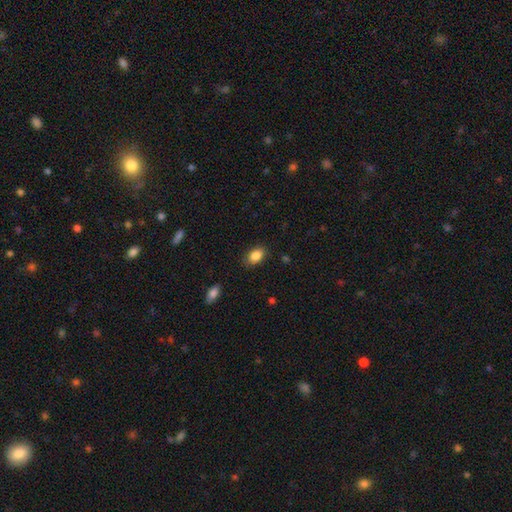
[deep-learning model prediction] smooth 87%, star or artifact 8%, featured or disk 5%. Down the decision tree: how rounded — in between (87%); merging — none (84%).